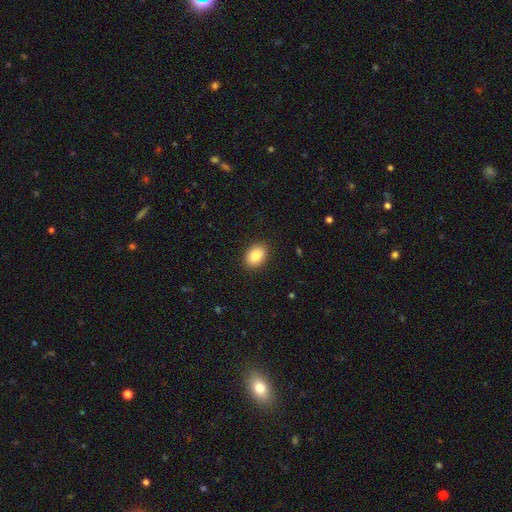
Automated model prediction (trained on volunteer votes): This is clearly a smooth galaxy (87%). How rounded: likely in between (76%). Merging: clearly none (89%).